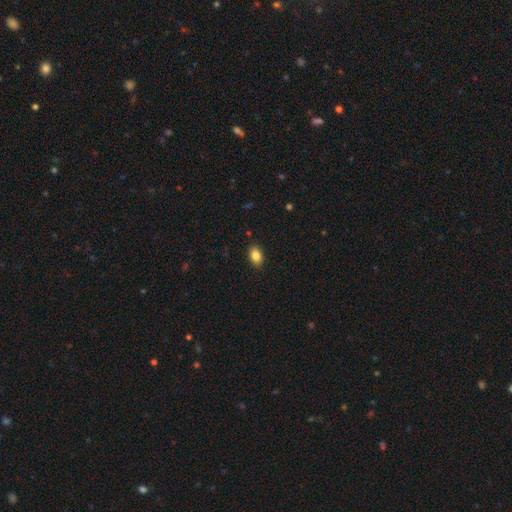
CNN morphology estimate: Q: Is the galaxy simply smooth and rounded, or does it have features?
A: smooth — 84%.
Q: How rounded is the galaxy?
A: in between — 85%.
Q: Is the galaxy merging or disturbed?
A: none — 88%.